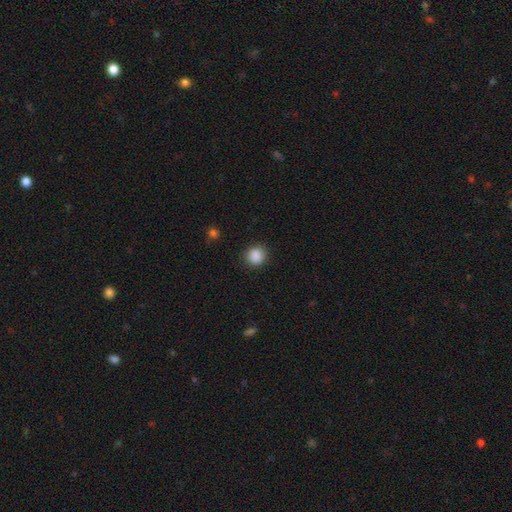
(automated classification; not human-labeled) Smooth or featured: smooth — 87% (star or artifact — 9%)
How rounded: round — 81% (in between — 18%)
Merging: none — 85% (minor disturbance — 11%)